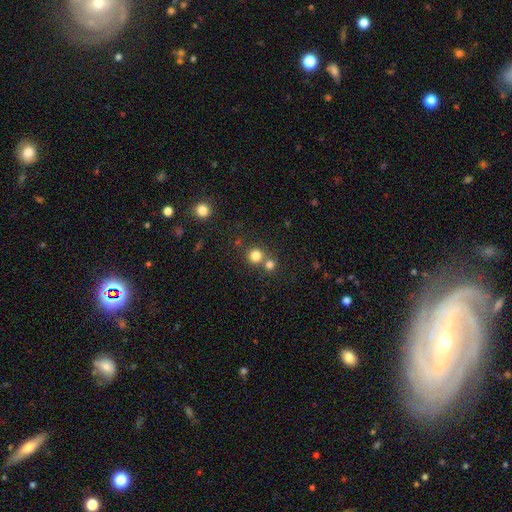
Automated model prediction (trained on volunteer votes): Morphology: type=smooth (80%); roundness=round (91%); merging=none (61%).